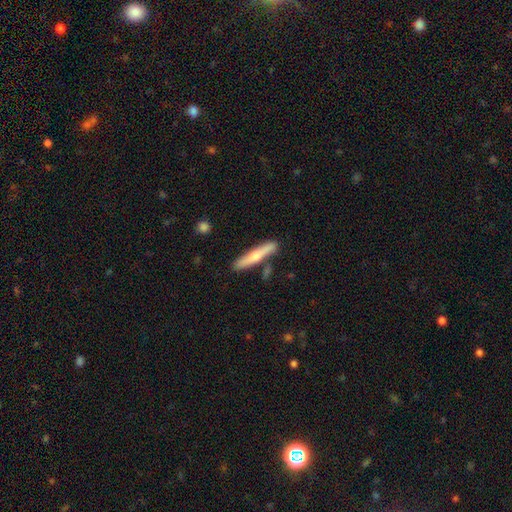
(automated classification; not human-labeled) Smooth or featured? smooth (52%)
How rounded? cigar-shaped (91%)
Merging? none (80%)